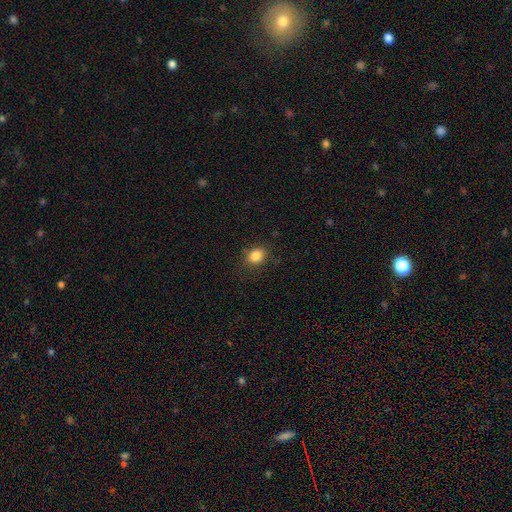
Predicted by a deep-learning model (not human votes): Smooth or featured?
  - smooth: 85% *
  - star or artifact: 10%
  - featured or disk: 5%
How rounded?
  - in between: 52% *
  - round: 47%
  - cigar-shaped: 1%
Merging?
  - none: 82% *
  - minor disturbance: 13%
  - major disturbance: 4%
  - merger: 1%